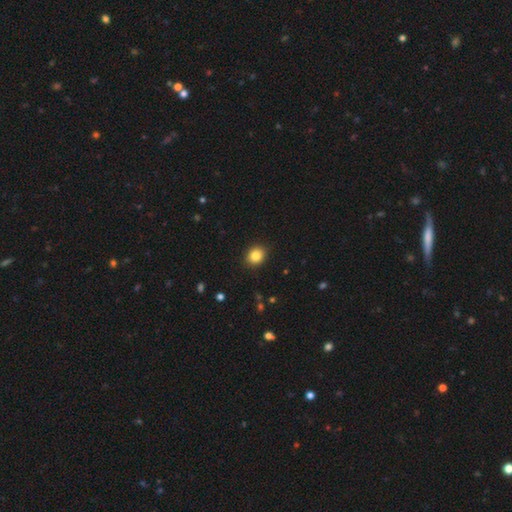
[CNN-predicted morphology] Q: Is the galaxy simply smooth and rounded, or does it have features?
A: smooth — 83%.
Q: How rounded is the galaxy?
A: round — 71%.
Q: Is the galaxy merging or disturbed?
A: none — 90%.